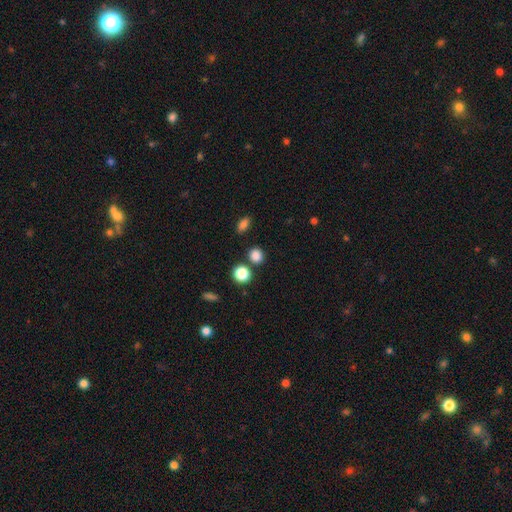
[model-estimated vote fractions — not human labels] Smooth or featured? Predicted: smooth (p=0.82). How rounded? Predicted: round (p=0.83). Merging? Predicted: none (p=0.81).